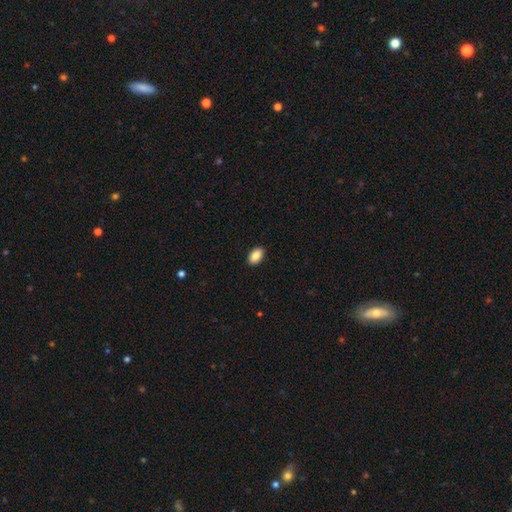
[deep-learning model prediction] This is clearly a smooth galaxy (88%). How rounded: clearly in between (92%). Merging: clearly none (91%).